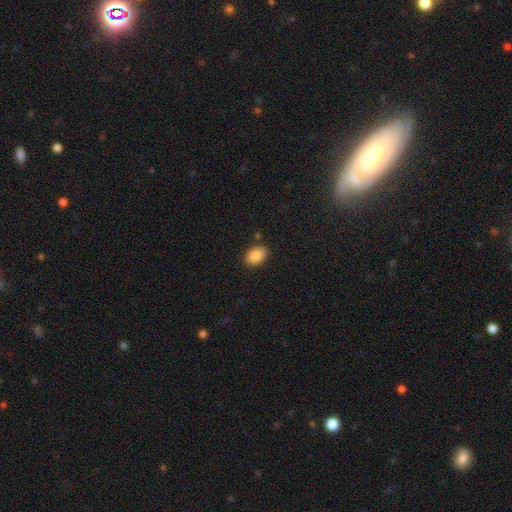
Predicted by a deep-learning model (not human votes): The model was most divided on "how rounded": in between: 86%, round: 13%, cigar-shaped: 1%. More confident: smooth or featured — smooth (88%); merging — none (86%).